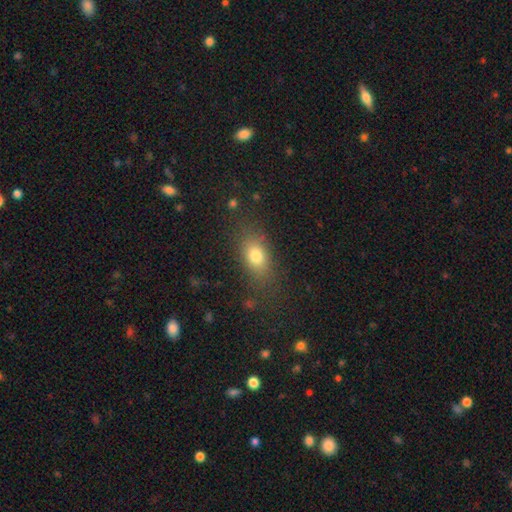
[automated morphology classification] Smooth or featured? Predicted: smooth (p=0.77). How rounded? Predicted: in between (p=0.75). Merging? Predicted: none (p=0.77).